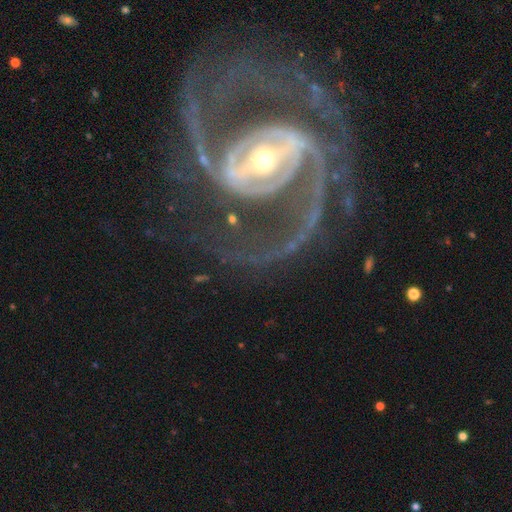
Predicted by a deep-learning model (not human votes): This is clearly a featured or disk galaxy (92%). It is clearly not viewed edge-on (97%). Bar: likely strong (64%). Spiral arm pattern: clearly yes (97%). Spiral arm count: likely 2 (77%). Spiral winding: possibly medium (52%). Central bulge: possibly small (46%, tied with moderate). Merging: likely none (63%).